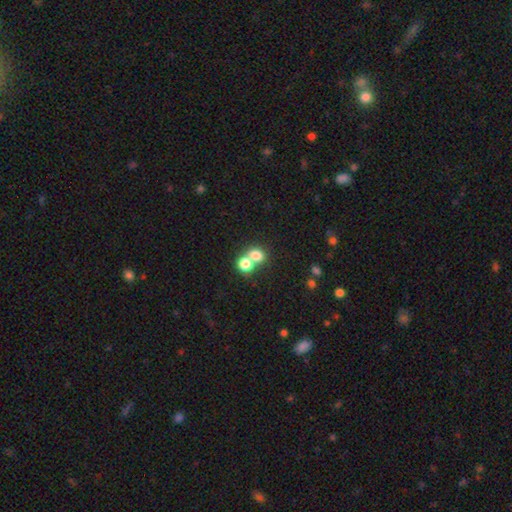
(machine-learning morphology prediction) This is likely a smooth galaxy (74%). How rounded: likely round (67%). Merging: possibly merger (52%).